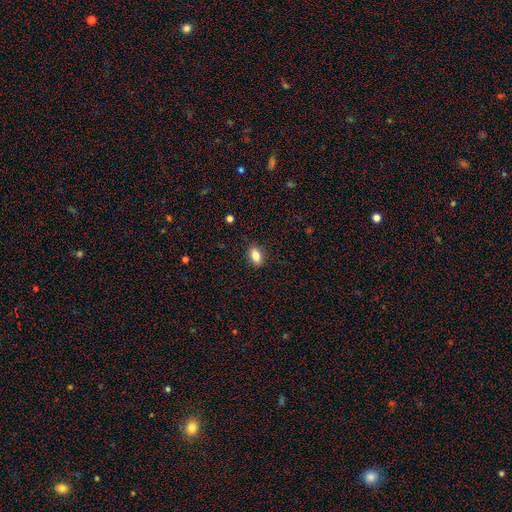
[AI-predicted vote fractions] Smooth or featured?
  - smooth: 83% *
  - featured or disk: 9%
  - star or artifact: 9%
How rounded?
  - in between: 85% *
  - round: 10%
  - cigar-shaped: 5%
Merging?
  - none: 88% *
  - minor disturbance: 9%
  - major disturbance: 2%
  - merger: 1%